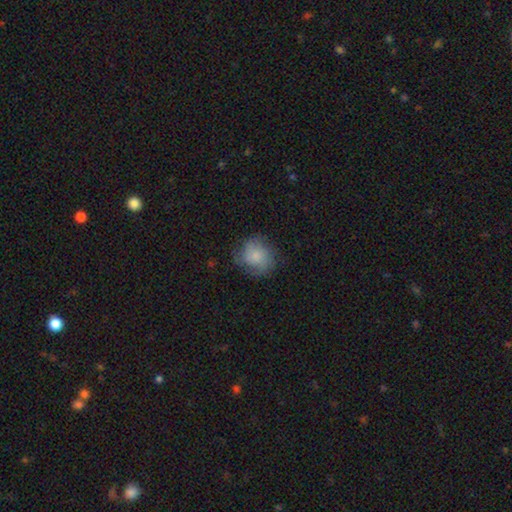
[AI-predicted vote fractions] smooth-or-featured: smooth: 69% | featured or disk: 23% | star or artifact: 8%
  how-rounded: round: 82% | in between: 17% | cigar-shaped: 1%
  merging: none: 69% | minor disturbance: 21% | major disturbance: 8% | merger: 1%